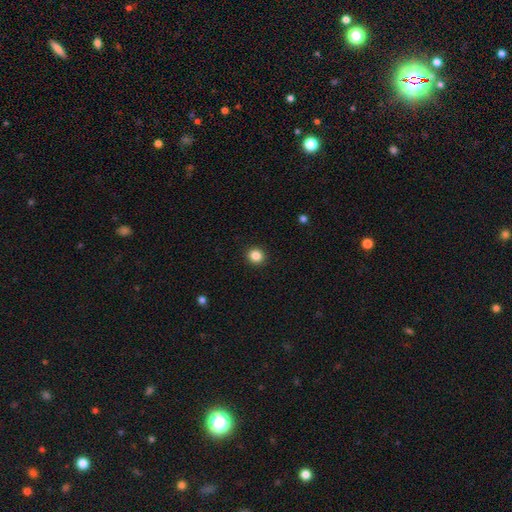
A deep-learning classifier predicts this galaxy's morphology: smooth_or_featured: smooth (p=0.85) [alt: star or artifact p=0.11]
how_rounded: round (p=0.88) [alt: in between p=0.11]
merging: none (p=0.93) [alt: minor disturbance p=0.05]